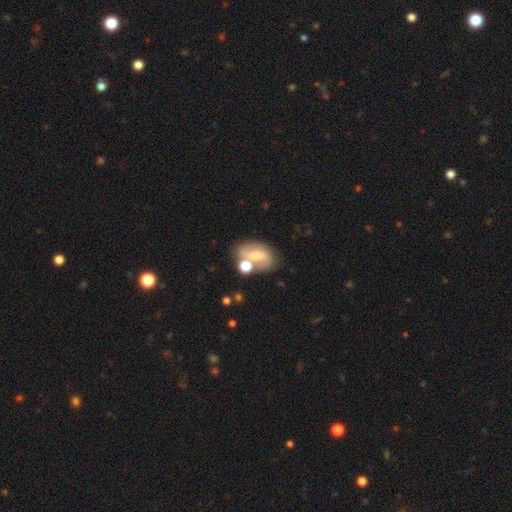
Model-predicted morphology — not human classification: This appears to be a featured or disk galaxy (53%) with a weak bar (40%), spiral arms (65%) and a moderate central bulge (49%). Merging: none (54%).